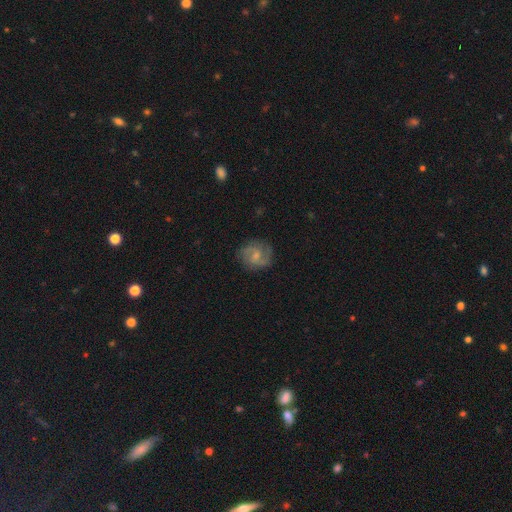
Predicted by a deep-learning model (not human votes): Smooth or featured? featured or disk (73%)
Edge-on disk? no (98%)
Bar? weak (47%, tied with no)
Spiral arms? yes (94%)
Spiral winding? medium (51%)
Spiral arm count? 2 (74%)
Bulge size? small (57%)
Merging? none (78%)